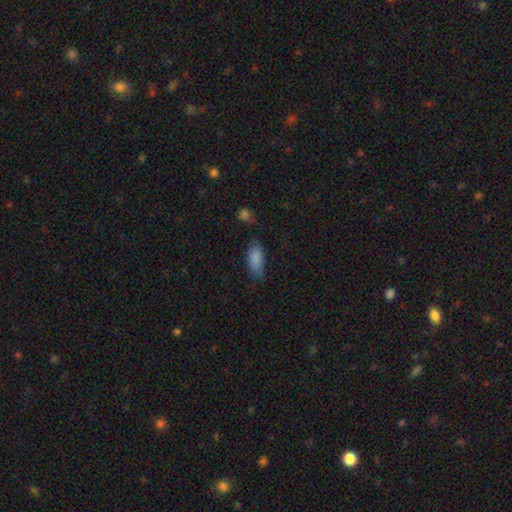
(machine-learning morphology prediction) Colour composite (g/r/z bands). It shows a smooth galaxy with no disk features (85%) that is in between round and cigar-shaped (84%). Merging: none (64%).